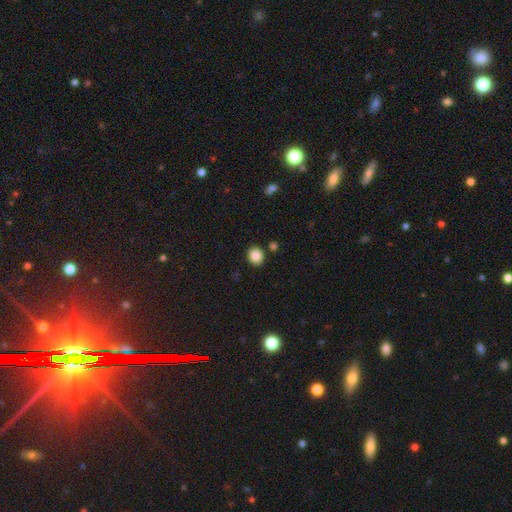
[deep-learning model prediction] This appears to be a smooth galaxy with no disk features (87%) that is round (76%). Merging: none (86%).